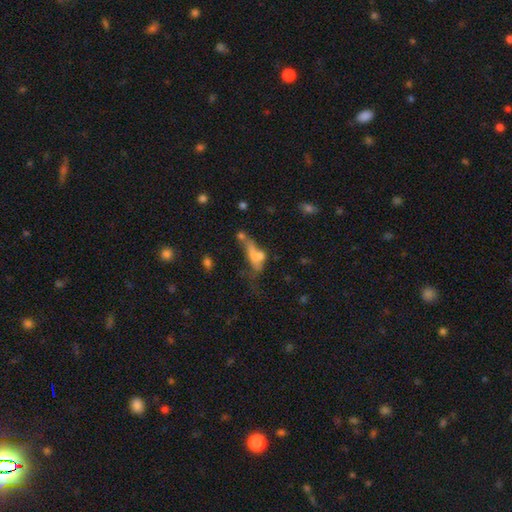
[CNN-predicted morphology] This is possibly a smooth galaxy (56%). How rounded: possibly in between (53%). Merging: marginally merger (32%).